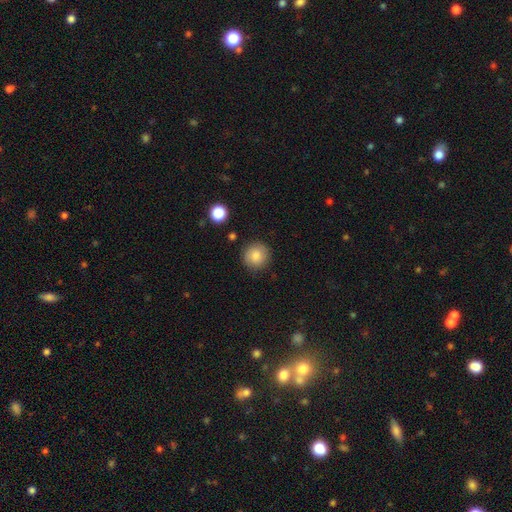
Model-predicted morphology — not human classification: smooth-or-featured: smooth: 84% | star or artifact: 9% | featured or disk: 7%
  how-rounded: round: 93% | in between: 6% | cigar-shaped: 1%
  merging: none: 89% | minor disturbance: 7% | major disturbance: 2% | merger: 2%